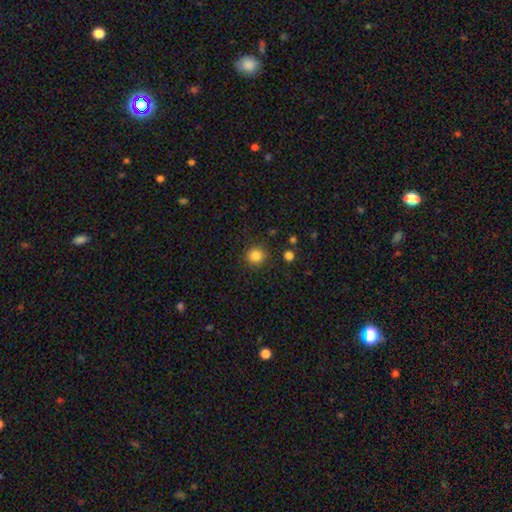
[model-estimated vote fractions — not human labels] Morphology: type=smooth (85%); roundness=round (89%); merging=none (89%).